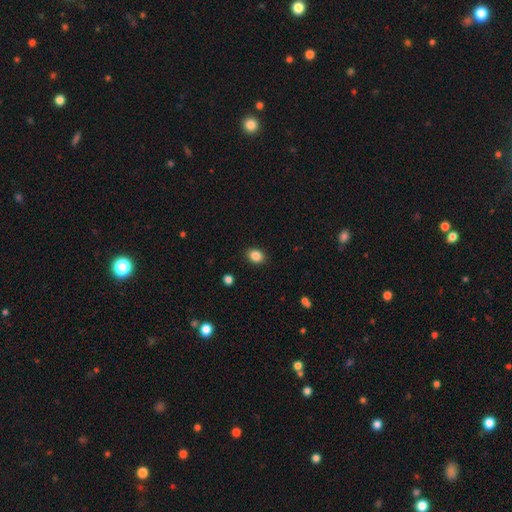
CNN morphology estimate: Smooth or featured? smooth (86%)
How rounded? in between (57%)
Merging? none (90%)